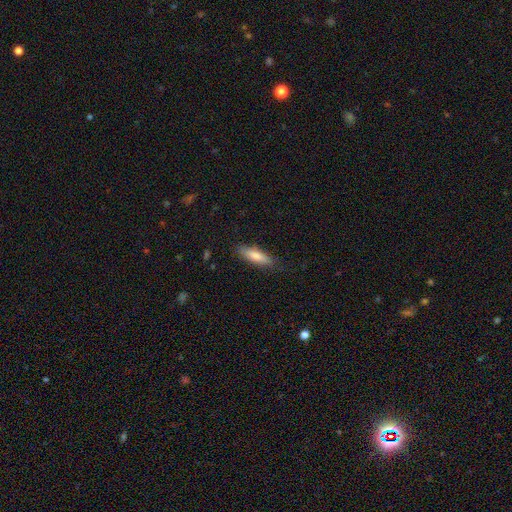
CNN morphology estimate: smooth_or_featured: smooth (p=0.76) [alt: featured or disk p=0.18]
how_rounded: cigar-shaped (p=0.57) [alt: in between p=0.41]
merging: none (p=0.82) [alt: minor disturbance p=0.14]